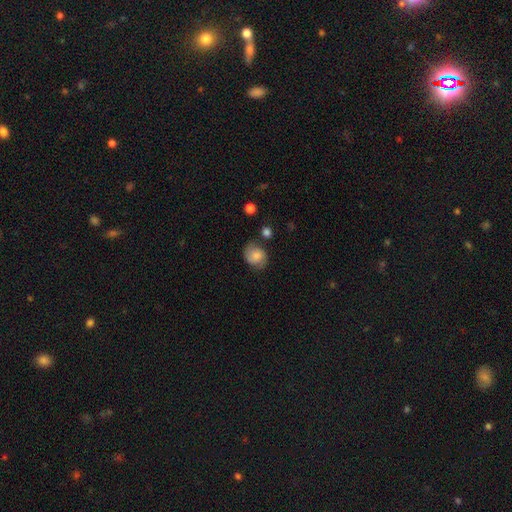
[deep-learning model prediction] Smooth or featured? smooth (66%)
How rounded? round (65%)
Merging? none (67%)